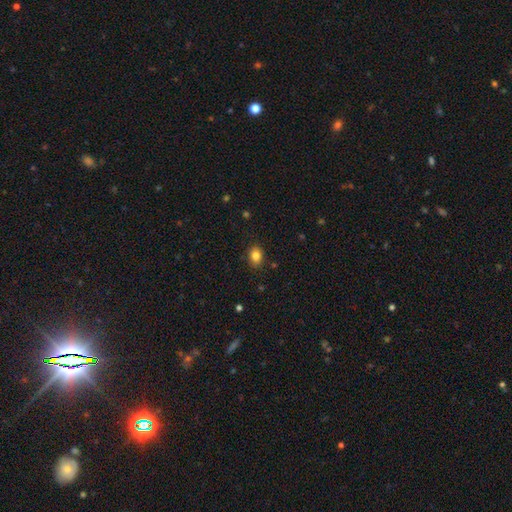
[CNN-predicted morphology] type=smooth (83%); roundness=in between (56%); merging=none (85%).